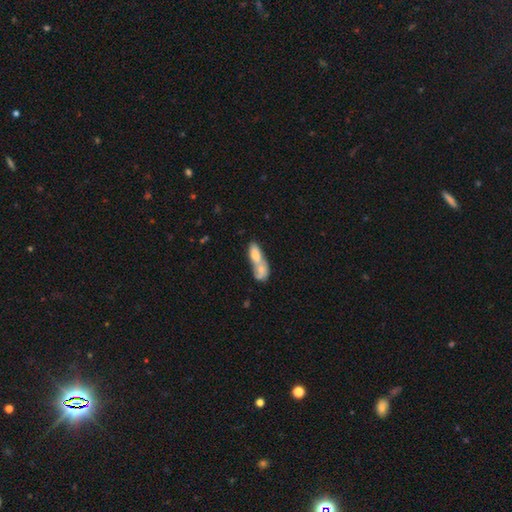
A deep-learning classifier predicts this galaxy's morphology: smooth-or-featured: smooth: 66% | featured or disk: 26% | star or artifact: 8%
  how-rounded: in between: 70% | cigar-shaped: 22% | round: 8%
  merging: merger: 75% | none: 14% | minor disturbance: 6% | major disturbance: 5%